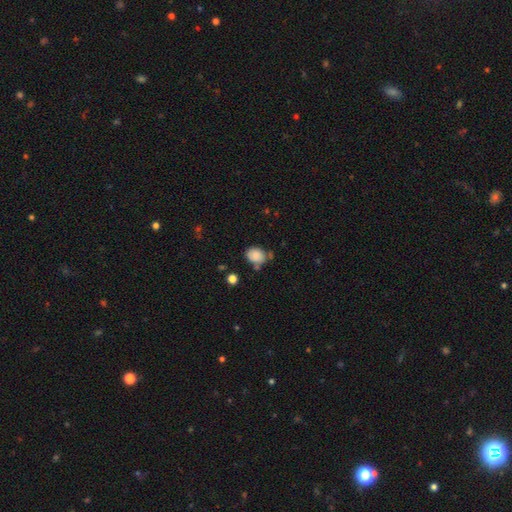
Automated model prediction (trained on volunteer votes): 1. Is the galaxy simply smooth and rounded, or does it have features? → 85% smooth, 9% star or artifact, 6% featured or disk.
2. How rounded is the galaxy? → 57% in between, 42% round, 1% cigar-shaped.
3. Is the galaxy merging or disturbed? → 63% none, 21% minor disturbance, 11% merger, 6% major disturbance.